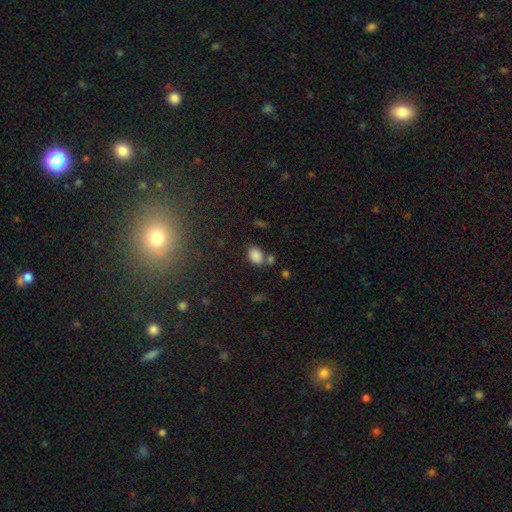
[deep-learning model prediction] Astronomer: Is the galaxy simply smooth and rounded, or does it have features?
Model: smooth — 84%.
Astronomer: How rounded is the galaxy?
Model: in between — 80%.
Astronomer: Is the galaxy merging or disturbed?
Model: none — 64%.